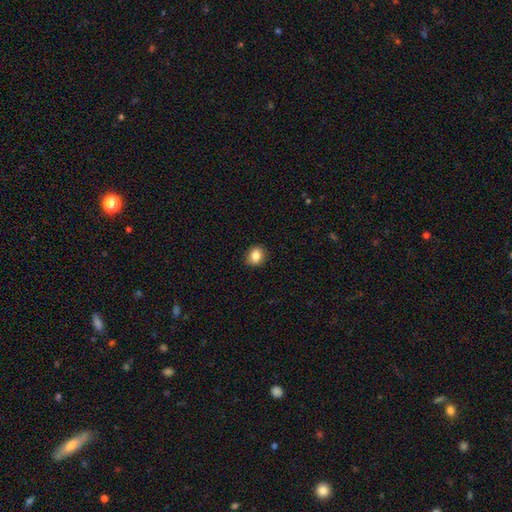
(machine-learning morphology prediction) Smooth or featured?
  - smooth: 84% *
  - star or artifact: 9%
  - featured or disk: 7%
How rounded?
  - round: 59% *
  - in between: 40%
  - cigar-shaped: 1%
Merging?
  - none: 89% *
  - minor disturbance: 8%
  - major disturbance: 2%
  - merger: 1%